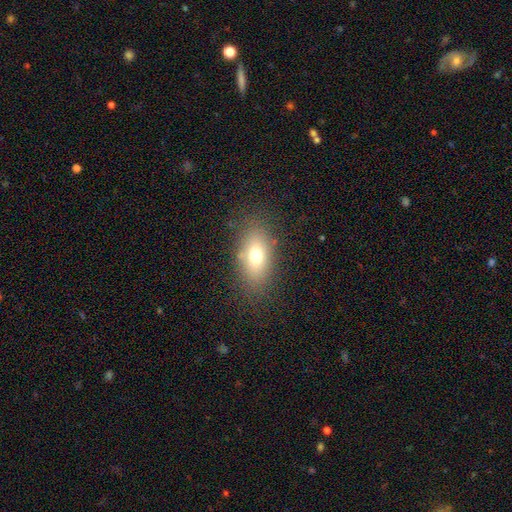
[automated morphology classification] Smooth or featured: smooth — 69% (featured or disk — 18%)
How rounded: in between — 84% (round — 11%)
Merging: none — 81% (minor disturbance — 12%)